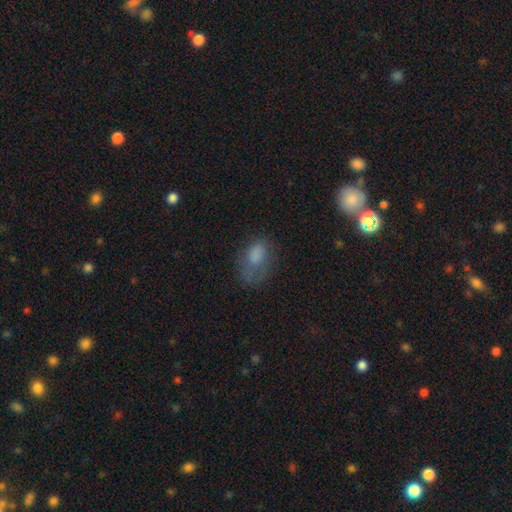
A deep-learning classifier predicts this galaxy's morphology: A smooth galaxy with no disk features (69%) that is in between round and cigar-shaped (80%). Merging: none (40%).